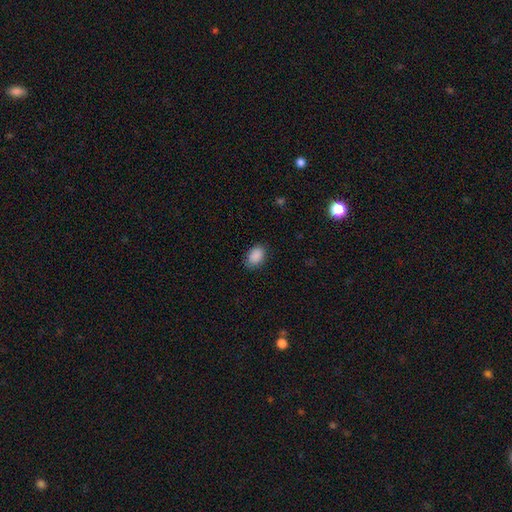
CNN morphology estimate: This is clearly a smooth galaxy (89%). How rounded: clearly in between (82%). Merging: clearly none (82%).